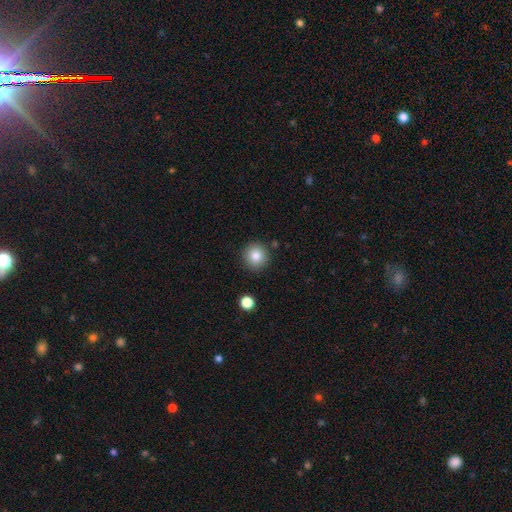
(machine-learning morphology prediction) A smooth galaxy with no disk features (83%) that is round (94%). Merging: none (89%).